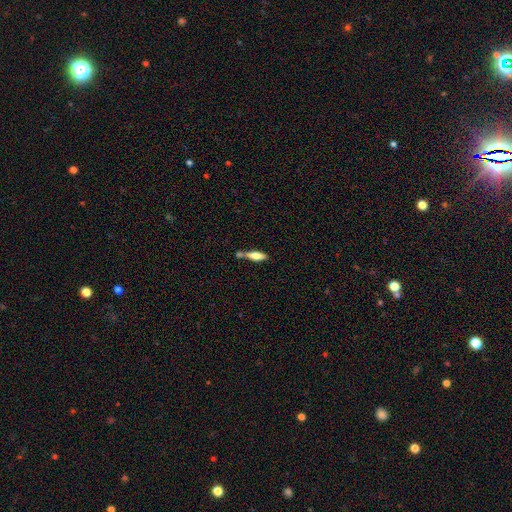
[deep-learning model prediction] smooth_or_featured: smooth (p=0.64) [alt: featured or disk p=0.29]
how_rounded: cigar-shaped (p=0.55) [alt: in between p=0.43]
merging: none (p=0.51) [alt: merger p=0.27]